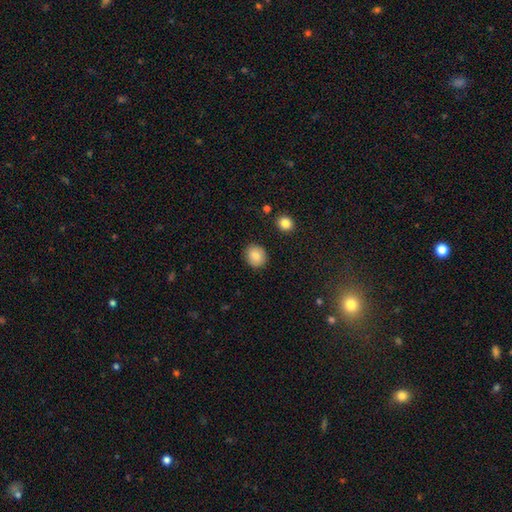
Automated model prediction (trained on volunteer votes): Q: Smooth or featured?
A: smooth (85%); runner-up: star or artifact (8%)
Q: How rounded?
A: round (80%); runner-up: in between (19%)
Q: Merging?
A: none (89%); runner-up: minor disturbance (7%)